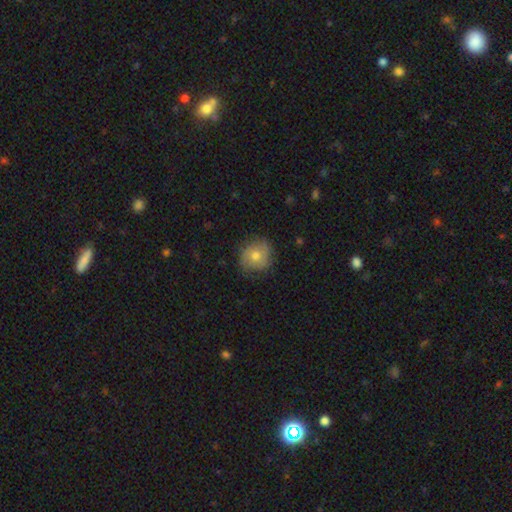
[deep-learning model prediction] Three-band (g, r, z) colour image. It shows a smooth galaxy with no disk features (53%) that is round (82%). Merging: none (75%).